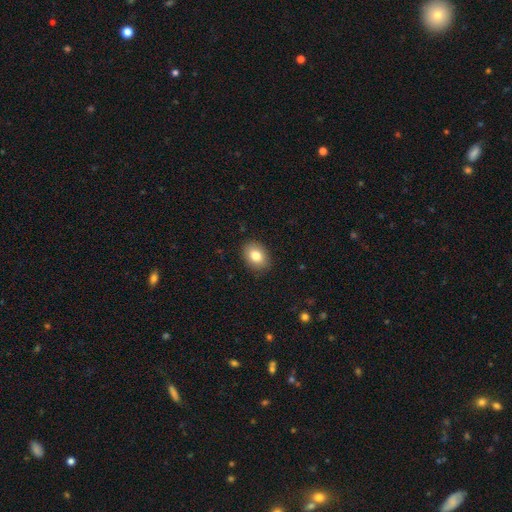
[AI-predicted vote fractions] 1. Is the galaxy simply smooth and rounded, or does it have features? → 81% smooth, 10% featured or disk, 9% star or artifact.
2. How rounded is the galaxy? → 67% in between, 32% round, 1% cigar-shaped.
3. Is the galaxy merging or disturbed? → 89% none, 8% minor disturbance, 2% major disturbance, 1% merger.